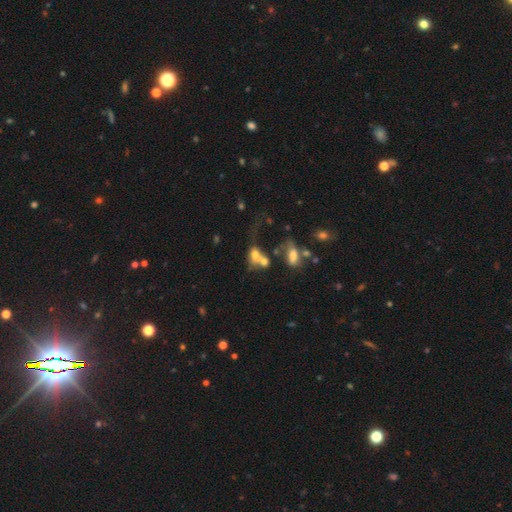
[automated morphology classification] Q: Smooth or featured?
A: smooth (56%); runner-up: featured or disk (28%)
Q: How rounded?
A: in between (64%); runner-up: round (32%)
Q: Merging?
A: merger (57%); runner-up: major disturbance (18%)